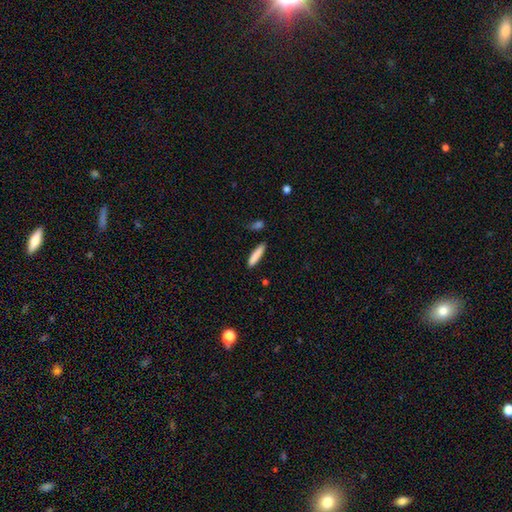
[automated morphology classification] Smooth or featured: smooth — 85% (featured or disk — 9%)
How rounded: cigar-shaped — 86% (in between — 12%)
Merging: none — 84% (minor disturbance — 11%)